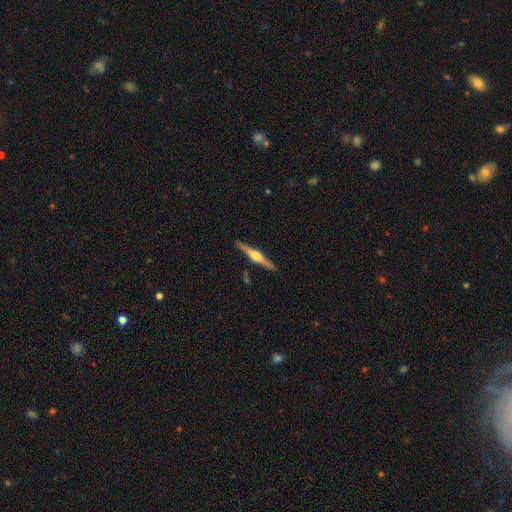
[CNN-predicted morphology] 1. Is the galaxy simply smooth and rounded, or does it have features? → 81% featured or disk, 14% smooth, 5% star or artifact.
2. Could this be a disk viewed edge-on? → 98% yes, 2% no.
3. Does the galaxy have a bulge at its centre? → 94% rounded, 4% boxy, 2% none.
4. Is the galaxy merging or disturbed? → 91% none, 7% minor disturbance, 1% merger, 1% major disturbance.